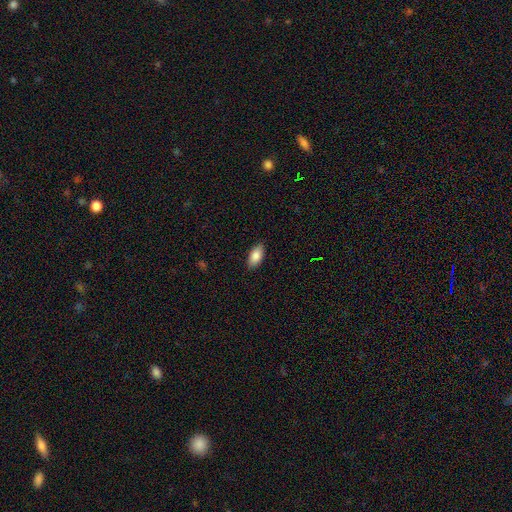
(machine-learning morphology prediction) smooth_or_featured: smooth (p=0.85) [alt: featured or disk p=0.08]
how_rounded: in between (p=0.91) [alt: cigar-shaped p=0.07]
merging: none (p=0.88) [alt: minor disturbance p=0.09]